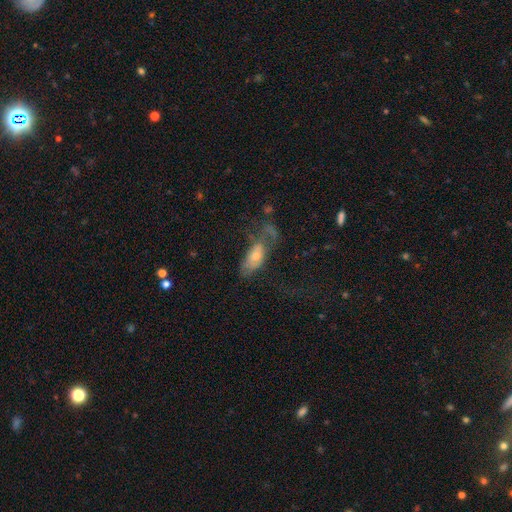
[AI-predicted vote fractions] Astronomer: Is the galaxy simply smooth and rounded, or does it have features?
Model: featured or disk — 44% (runner-up: smooth, 43%).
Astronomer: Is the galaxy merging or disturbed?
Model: major disturbance — 44% (runner-up: none, 29%).